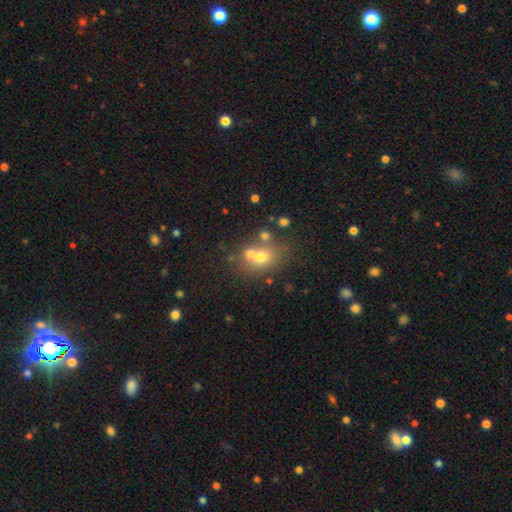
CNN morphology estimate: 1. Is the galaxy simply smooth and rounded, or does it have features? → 59% smooth, 23% featured or disk, 18% star or artifact.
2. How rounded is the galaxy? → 63% round, 36% in between, 1% cigar-shaped.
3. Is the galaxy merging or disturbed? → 47% none, 37% merger, 10% minor disturbance, 5% major disturbance.